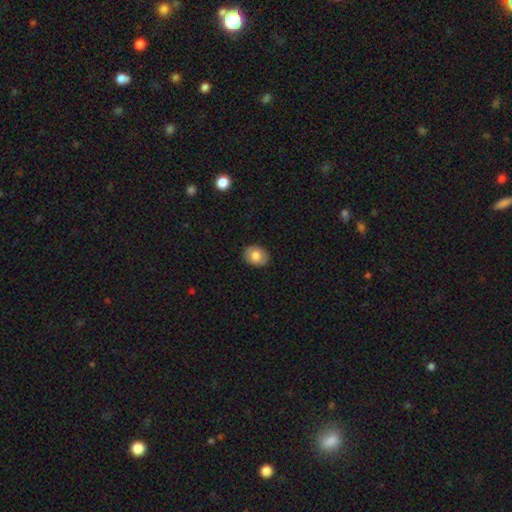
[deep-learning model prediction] smooth_or_featured: smooth (p=0.75) [alt: featured or disk p=0.18]
how_rounded: in between (p=0.60) [alt: round p=0.40]
merging: none (p=0.87) [alt: minor disturbance p=0.10]